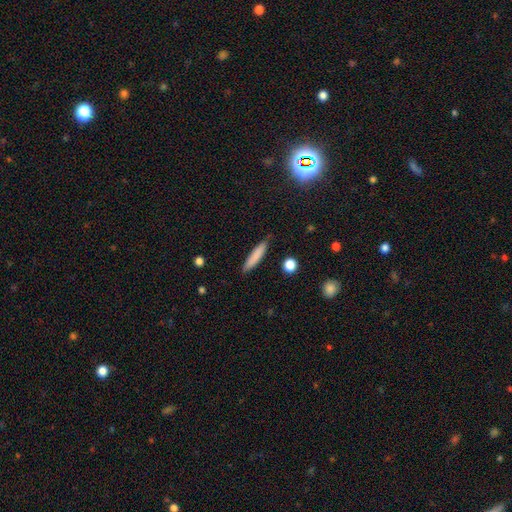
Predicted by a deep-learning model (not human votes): The model was most divided on "smooth or featured": smooth: 81%, featured or disk: 12%, star or artifact: 7%. More confident: how rounded — cigar-shaped (88%); merging — none (85%).